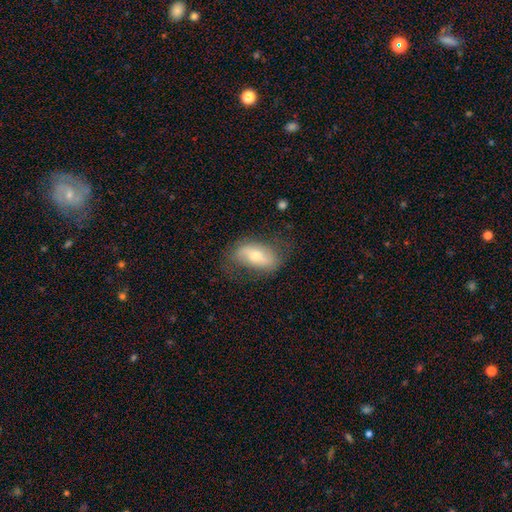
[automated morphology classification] This appears to be a featured or disk galaxy (51%). Merging: none (67%).